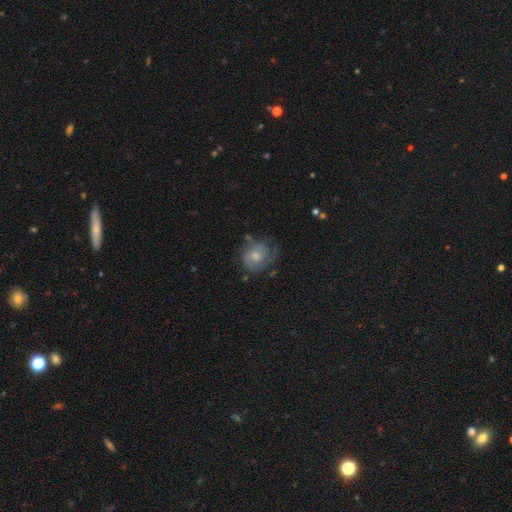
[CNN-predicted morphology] smooth-or-featured: featured or disk: 58% | smooth: 34% | star or artifact: 8%
  disk-edge-on: no: 97% | yes: 3%
    bar: no: 74% | weak: 24% | strong: 3%
    has-spiral-arms: yes: 83% | no: 17%
    bulge-size: moderate: 55% | small: 35% | large: 6% | none: 4% | dominant: 1%
  merging: none: 61% | minor disturbance: 24% | major disturbance: 12% | merger: 3%